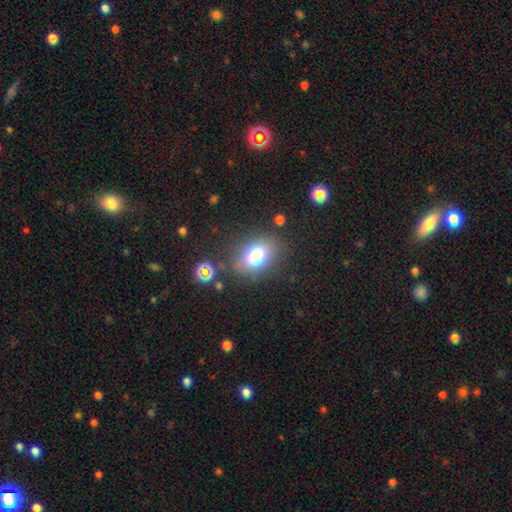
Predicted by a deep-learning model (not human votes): smooth 69%, star or artifact 18%, featured or disk 13%. Down the decision tree: how rounded — in between (61%); merging — none (79%).